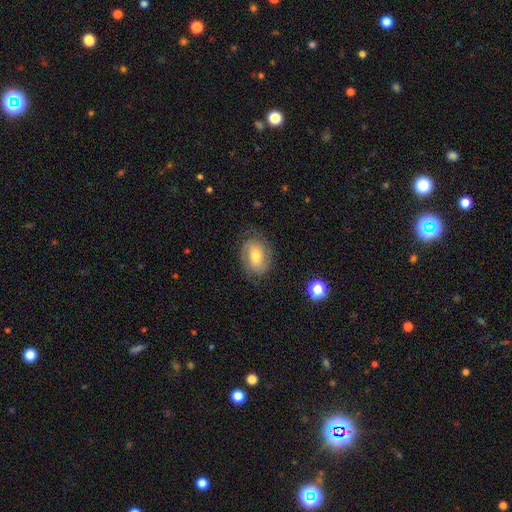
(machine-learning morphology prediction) The model was most divided on "spiral winding": tight: 49%, medium: 39%, loose: 12%. Remaining: edge-on disk — no (97%); spiral arms — yes (90%); merging — none (75%); spiral arm count — 2 (72%); smooth or featured — featured or disk (69%); bulge size — moderate (60%); bar — no (49%).